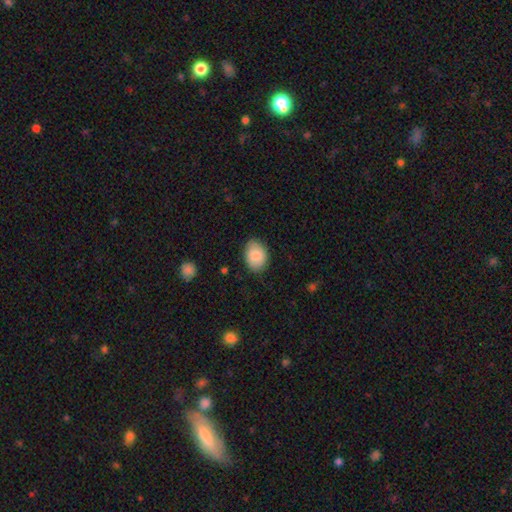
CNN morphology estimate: Smooth or featured?
  - smooth: 86% *
  - featured or disk: 7%
  - star or artifact: 7%
How rounded?
  - in between: 80% *
  - round: 19%
  - cigar-shaped: 1%
Merging?
  - none: 82% *
  - minor disturbance: 14%
  - major disturbance: 3%
  - merger: 1%